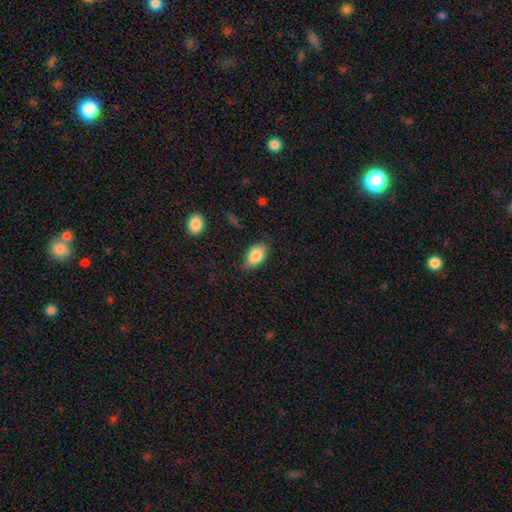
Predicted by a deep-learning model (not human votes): Overall: smooth (86%). How rounded: in between (90%). Merging: none (78%).